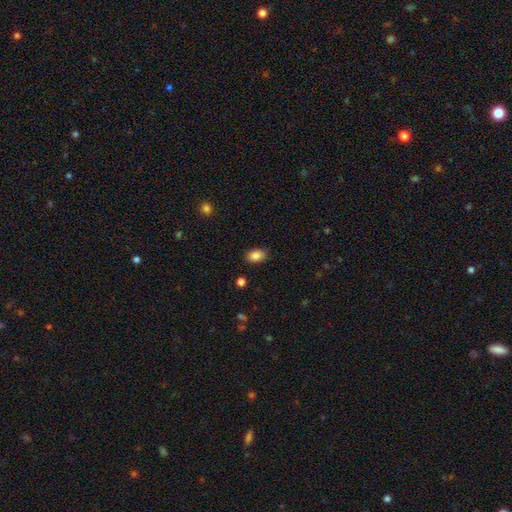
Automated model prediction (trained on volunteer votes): A smooth galaxy with no disk features (85%) that is in between round and cigar-shaped (86%). Merging: none (87%).